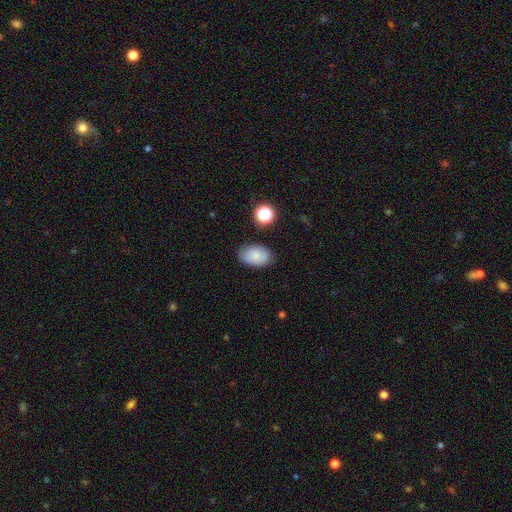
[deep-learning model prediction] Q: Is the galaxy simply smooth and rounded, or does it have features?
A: smooth — 79%.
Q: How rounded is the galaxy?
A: in between — 89%.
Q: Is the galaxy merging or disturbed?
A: none — 80%.